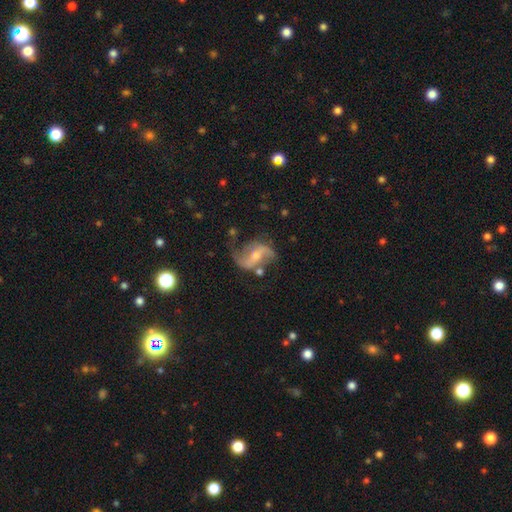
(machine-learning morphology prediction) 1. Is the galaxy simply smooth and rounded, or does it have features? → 85% featured or disk, 9% smooth, 6% star or artifact.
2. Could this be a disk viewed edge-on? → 97% no, 3% yes.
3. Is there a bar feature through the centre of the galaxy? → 41% weak, 33% strong, 26% no.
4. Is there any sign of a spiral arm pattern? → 94% yes, 6% no.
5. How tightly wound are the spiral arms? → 66% loose, 28% medium, 6% tight.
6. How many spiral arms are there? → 90% 2, 3% 1, 3% can't tell, 1% 3, 1% 4, 1% more than 4.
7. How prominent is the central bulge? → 49% moderate, 42% small, 4% none, 3% large, 1% dominant.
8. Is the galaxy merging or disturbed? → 61% none, 20% minor disturbance, 14% major disturbance, 5% merger.